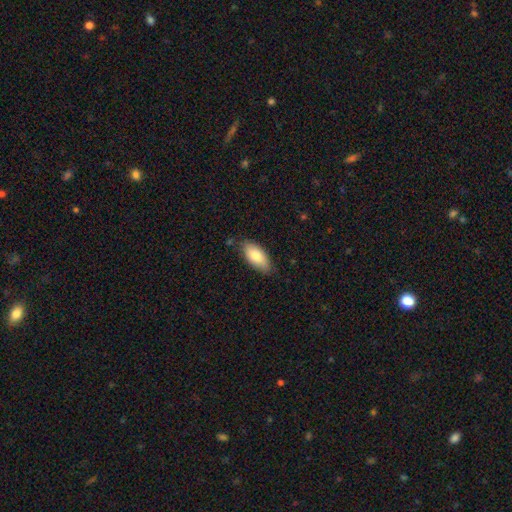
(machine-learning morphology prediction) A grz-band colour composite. It shows a smooth galaxy with no disk features (79%) that is in between round and cigar-shaped (89%). Merging: none (80%).